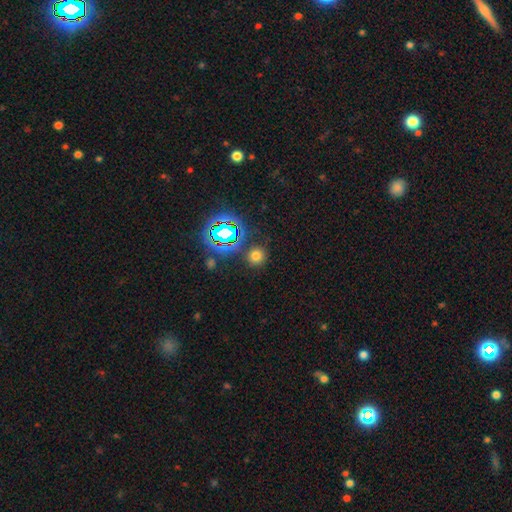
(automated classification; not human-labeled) smooth 68%, star or artifact 25%, featured or disk 7%. Down the decision tree: how rounded — round (91%); merging — none (84%).